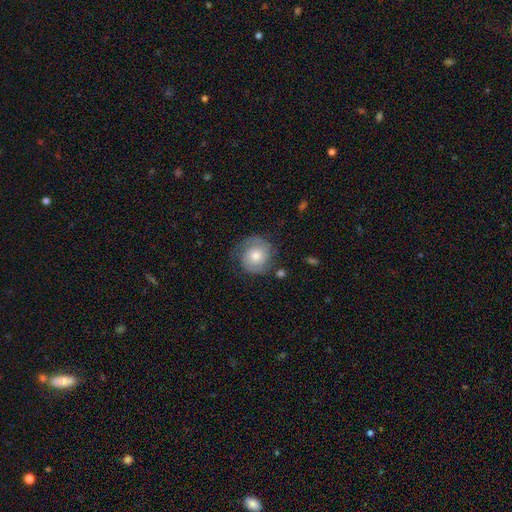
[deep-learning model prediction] Q: Smooth or featured?
A: featured or disk (60%); runner-up: smooth (33%)
Q: Edge-on disk?
A: no (97%); runner-up: yes (3%)
Q: Bar?
A: no (76%); runner-up: weak (21%)
Q: Spiral arms?
A: yes (89%); runner-up: no (11%)
Q: Spiral winding?
A: tight (54%); runner-up: medium (34%)
Q: Spiral arm count?
A: 2 (76%); runner-up: can't tell (12%)
Q: Bulge size?
A: moderate (62%); runner-up: small (20%)
Q: Merging?
A: none (73%); runner-up: minor disturbance (17%)